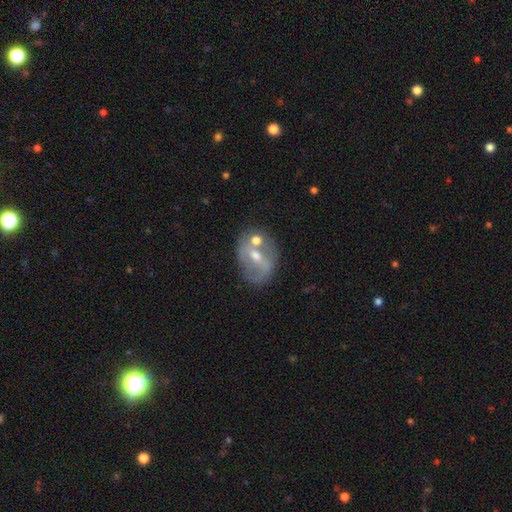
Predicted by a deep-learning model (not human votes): Smooth or featured: featured or disk — 65% (smooth — 26%)
Edge-on disk: no — 93% (yes — 7%)
Bar: weak — 38% (strong — 33%)
Spiral arms: no — 64% (yes — 36%)
Bulge size: moderate — 62% (small — 31%)
Merging: none — 55% (merger — 20%)